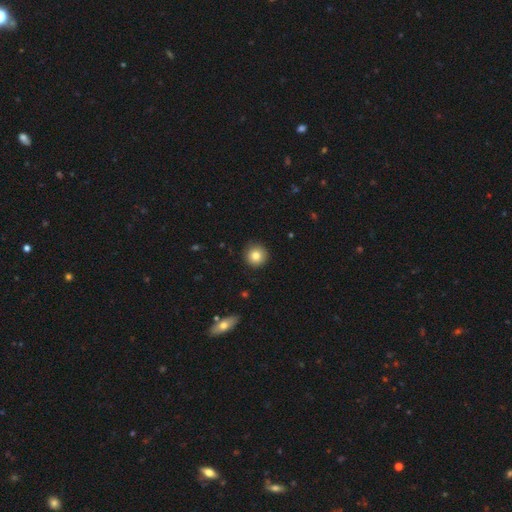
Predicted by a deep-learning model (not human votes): smooth 83%, star or artifact 9%, featured or disk 8%. Down the decision tree: how rounded — round (95%); merging — none (91%).